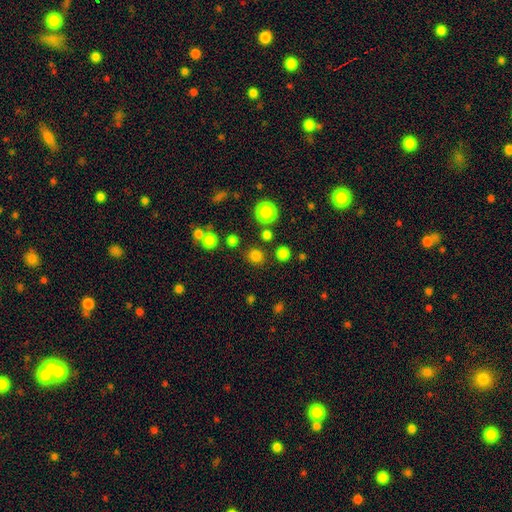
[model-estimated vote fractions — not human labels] Morphology: type=smooth (78%); roundness=round (88%); merging=none (84%).